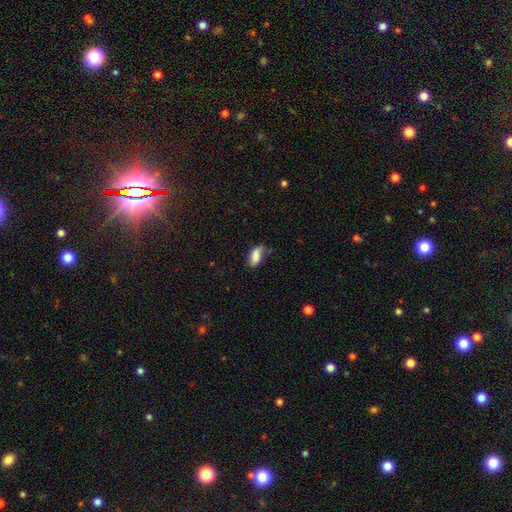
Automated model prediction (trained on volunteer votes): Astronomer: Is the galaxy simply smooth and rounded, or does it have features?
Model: smooth — 85%.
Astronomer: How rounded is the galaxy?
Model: in between — 89%.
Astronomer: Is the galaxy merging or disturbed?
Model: none — 53% (runner-up: minor disturbance, 34%).